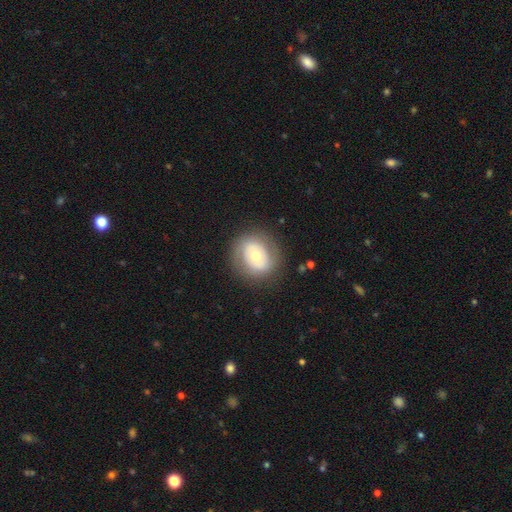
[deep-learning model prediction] Morphology: type=smooth (47%); merging=none (81%).